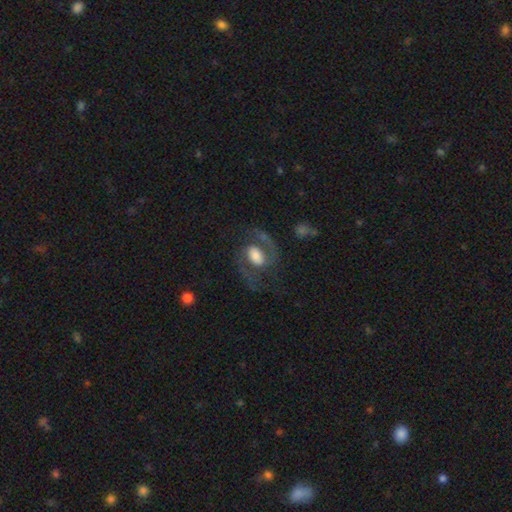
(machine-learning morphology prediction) Smooth or featured: featured or disk — 79% (smooth — 15%)
Edge-on disk: no — 97% (yes — 3%)
Bar: no — 42% (weak — 39%)
Spiral arms: yes — 92% (no — 8%)
Spiral winding: medium — 54% (loose — 29%)
Spiral arm count: 2 — 89% (1 — 4%)
Bulge size: large — 44% (moderate — 32%)
Merging: none — 62% (major disturbance — 20%)